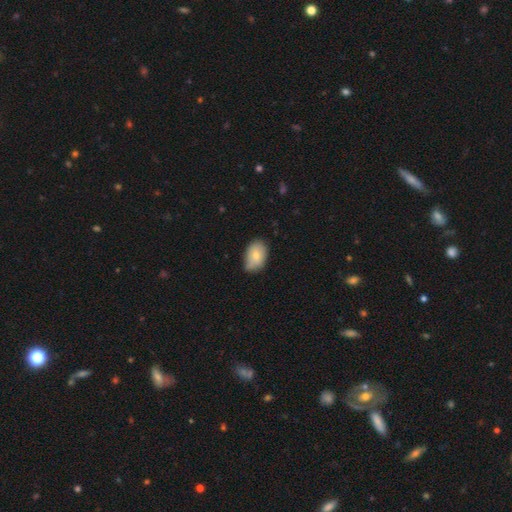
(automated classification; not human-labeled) This appears to be a smooth galaxy with no disk features (78%) that is in between round and cigar-shaped (85%). Merging: none (61%).